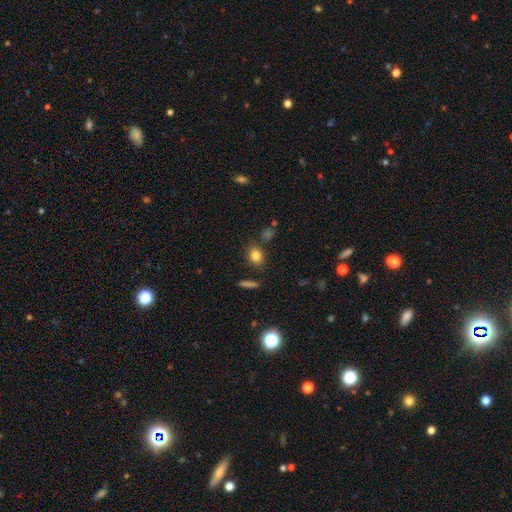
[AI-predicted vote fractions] The model was most divided on "how rounded": round: 50%, in between: 48%, cigar-shaped: 2%. More confident: smooth or featured — smooth (82%); merging — none (82%).